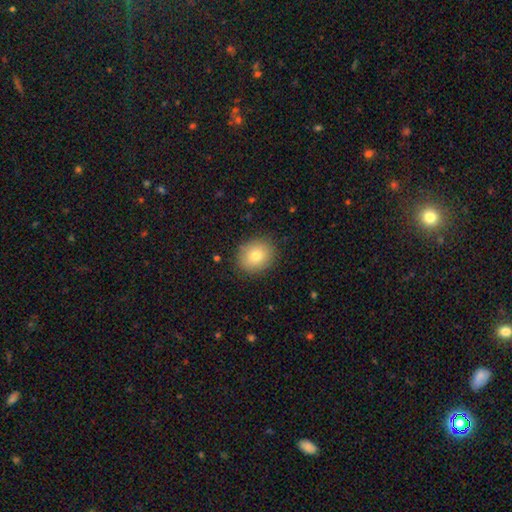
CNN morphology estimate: This appears to be a smooth galaxy with no disk features (78%) that is round (64%). Merging: none (88%).